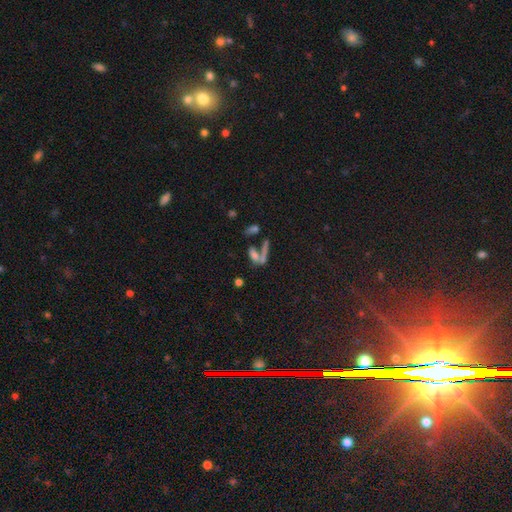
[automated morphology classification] Smooth or featured?
  - smooth: 39% *
  - star or artifact: 33%
  - featured or disk: 28%
Merging?
  - merger: 40% *
  - none: 36%
  - major disturbance: 12%
  - minor disturbance: 11%